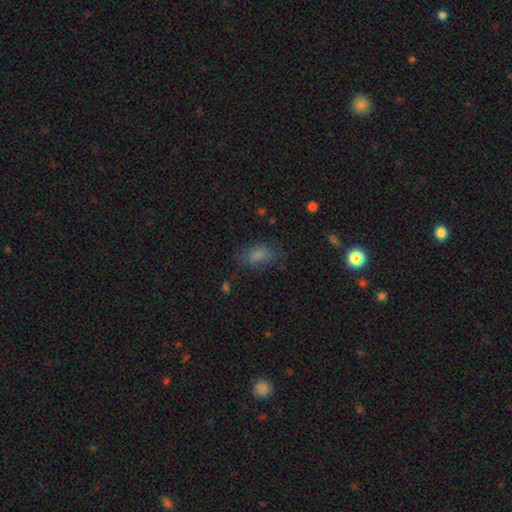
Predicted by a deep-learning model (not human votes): smooth 75%, star or artifact 16%, featured or disk 9%. Down the decision tree: how rounded — in between (83%); merging — none (66%).